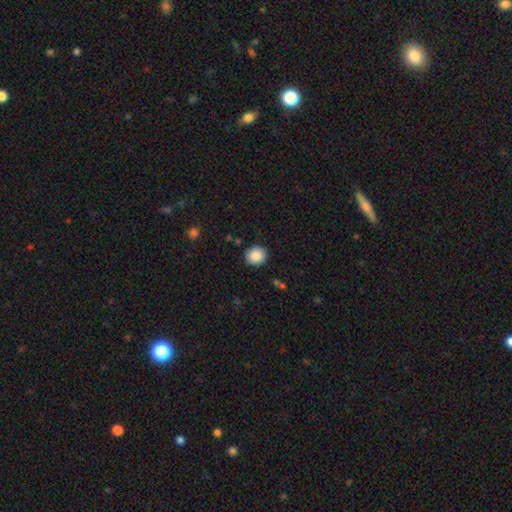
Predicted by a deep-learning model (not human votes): smooth 88%, star or artifact 8%, featured or disk 4%. Down the decision tree: how rounded — round (83%); merging — none (89%).